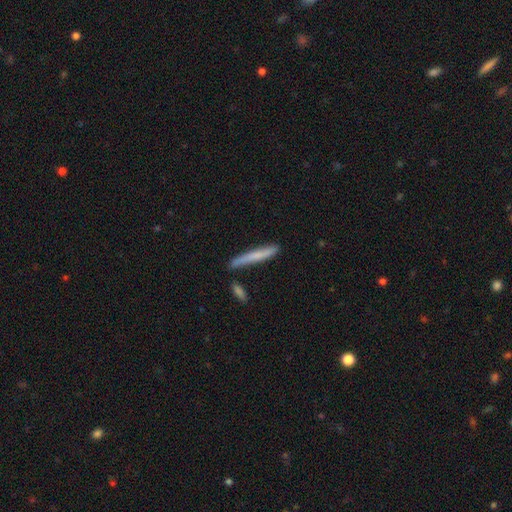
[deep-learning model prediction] Morphology: type=smooth (64%); roundness=cigar-shaped (95%); merging=none (71%).